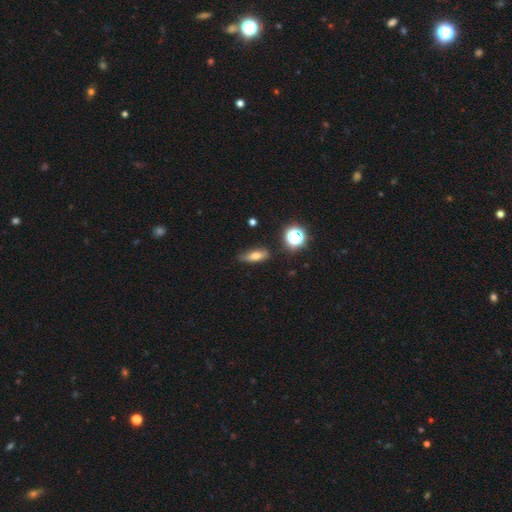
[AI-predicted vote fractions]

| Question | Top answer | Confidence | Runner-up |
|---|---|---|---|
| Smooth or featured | smooth | 66% | featured or disk (21%) |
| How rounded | in between | 59% | cigar-shaped (34%) |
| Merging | none | 75% | minor disturbance (18%) |